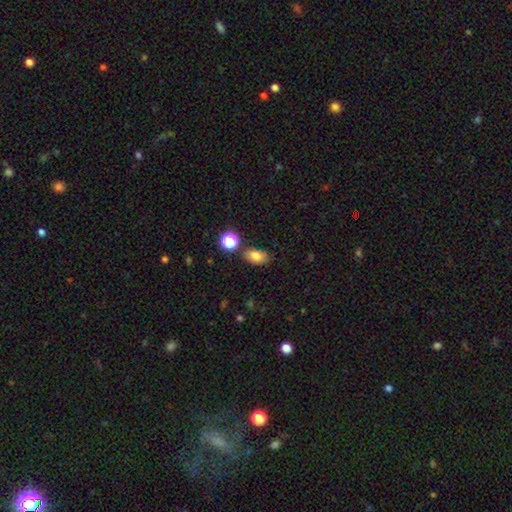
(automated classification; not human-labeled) Q: Smooth or featured?
A: smooth (80%); runner-up: star or artifact (12%)
Q: How rounded?
A: in between (85%); runner-up: round (13%)
Q: Merging?
A: none (74%); runner-up: minor disturbance (14%)